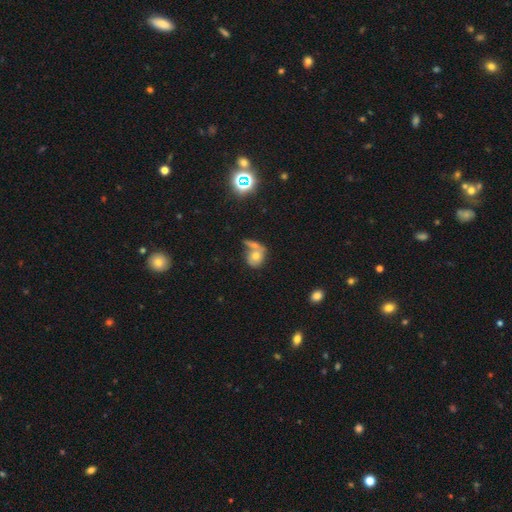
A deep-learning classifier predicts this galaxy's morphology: Q: Smooth or featured?
A: smooth (60%); runner-up: featured or disk (28%)
Q: How rounded?
A: round (56%); runner-up: in between (42%)
Q: Merging?
A: merger (44%); runner-up: none (35%)